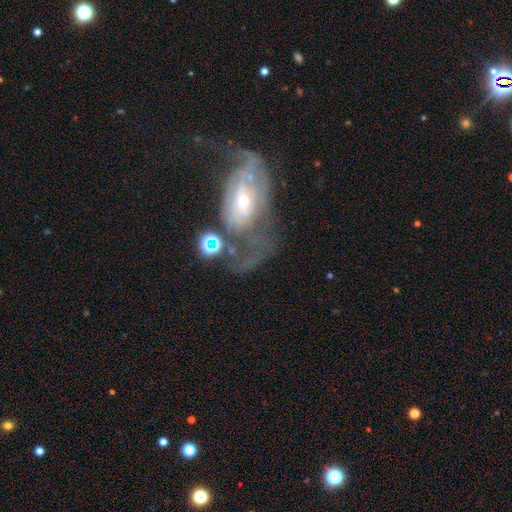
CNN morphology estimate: smooth_or_featured: featured or disk (p=0.70) [alt: smooth p=0.19]
disk_edge_on: no (p=0.92) [alt: yes p=0.08]
bar: no (p=0.63) [alt: weak p=0.25]
has_spiral_arms: yes (p=0.63) [alt: no p=0.37]
bulge_size: small (p=0.48) [alt: moderate p=0.46]
merging: major disturbance (p=0.37) [alt: none p=0.26]